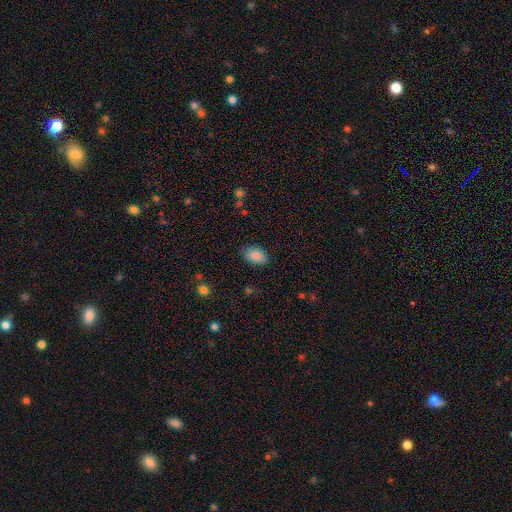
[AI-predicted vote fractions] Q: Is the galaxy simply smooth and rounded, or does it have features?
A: smooth — 86%.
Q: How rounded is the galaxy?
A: in between — 87%.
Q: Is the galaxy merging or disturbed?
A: none — 80%.